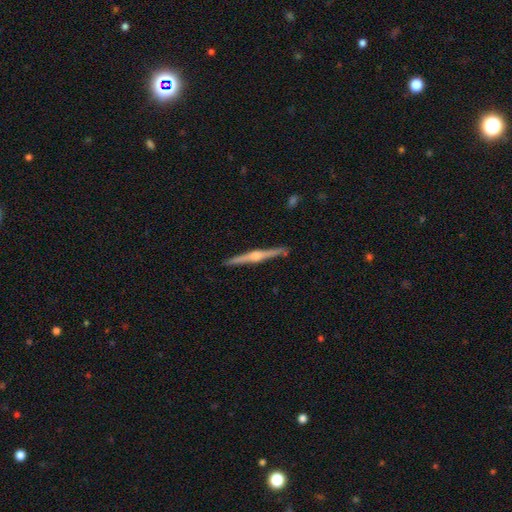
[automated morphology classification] The model was most divided on "smooth or featured": featured or disk: 79%, smooth: 15%, star or artifact: 6%. More confident: edge-on disk — yes (98%); merging — none (91%); edge-on bulge — rounded (84%).